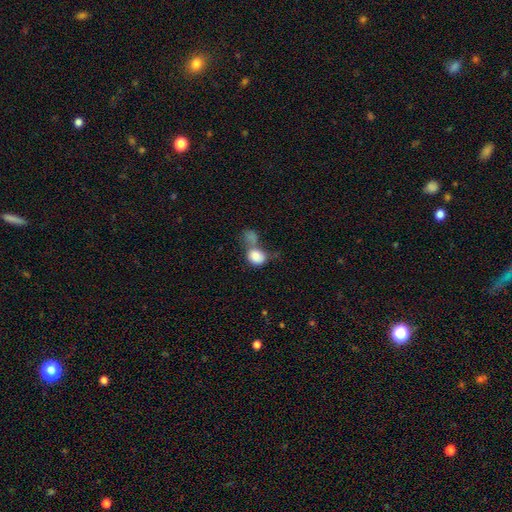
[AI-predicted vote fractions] smooth-or-featured: smooth: 81% | featured or disk: 11% | star or artifact: 8%
  how-rounded: round: 55% | in between: 44% | cigar-shaped: 1%
  merging: merger: 56% | none: 22% | major disturbance: 11% | minor disturbance: 11%